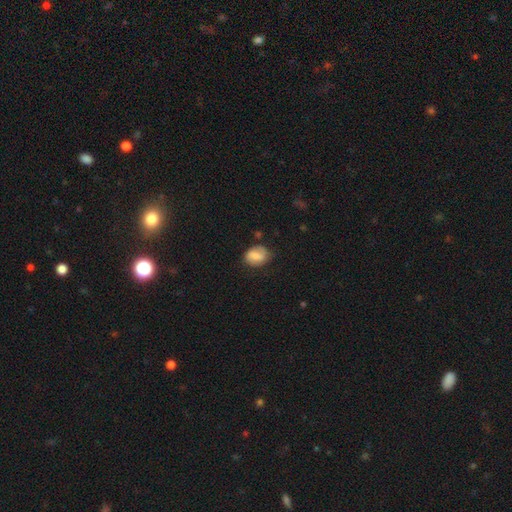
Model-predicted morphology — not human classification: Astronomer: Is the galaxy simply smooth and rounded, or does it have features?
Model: smooth — 71%.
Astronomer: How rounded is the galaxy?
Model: in between — 63%.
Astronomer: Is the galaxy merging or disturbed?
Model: none — 64%.